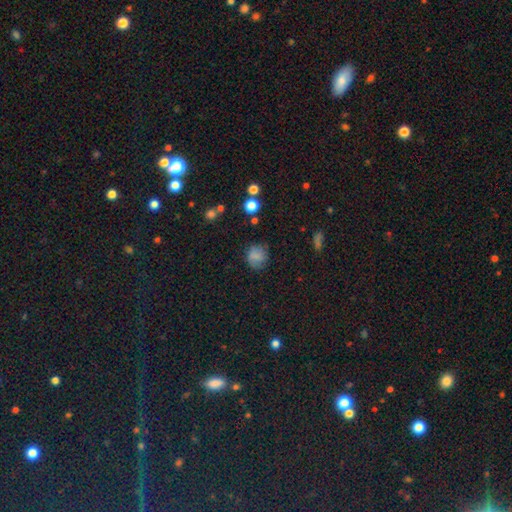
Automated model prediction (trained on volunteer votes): smooth_or_featured: smooth (p=0.79) [alt: star or artifact p=0.12]
how_rounded: round (p=0.81) [alt: in between p=0.18]
merging: none (p=0.75) [alt: minor disturbance p=0.18]